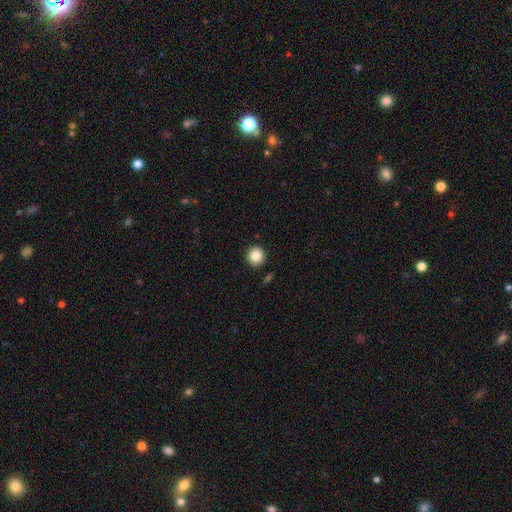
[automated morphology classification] smooth_or_featured: smooth (p=0.85) [alt: star or artifact p=0.10]
how_rounded: round (p=0.93) [alt: in between p=0.06]
merging: none (p=0.92) [alt: minor disturbance p=0.05]